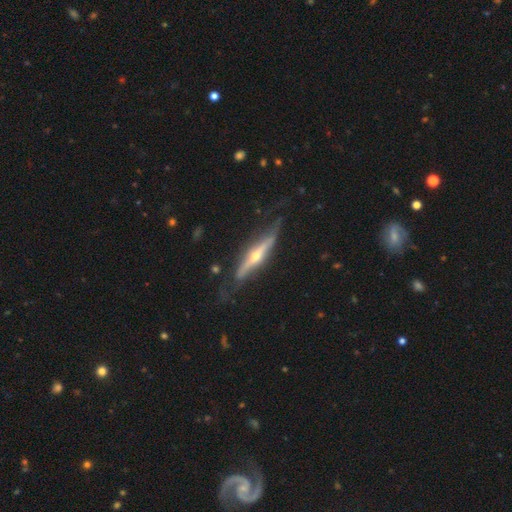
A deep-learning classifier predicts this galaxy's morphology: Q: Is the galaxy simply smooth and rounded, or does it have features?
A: featured or disk — 81%.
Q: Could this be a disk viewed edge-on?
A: yes — 88%.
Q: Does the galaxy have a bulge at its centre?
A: rounded — 90%.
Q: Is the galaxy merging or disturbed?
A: none — 68%.